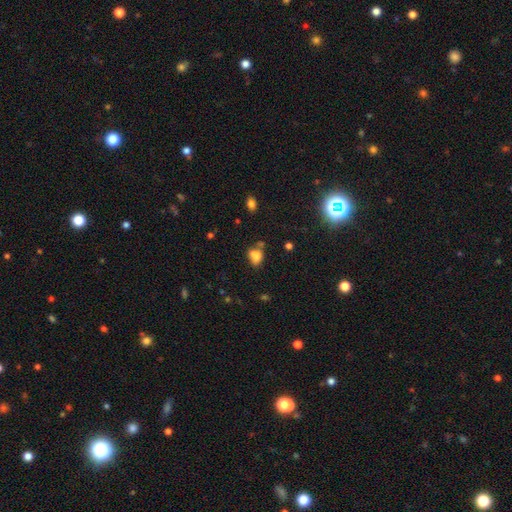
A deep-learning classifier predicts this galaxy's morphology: Smooth or featured? smooth (75%)
How rounded? in between (71%)
Merging? none (41%)